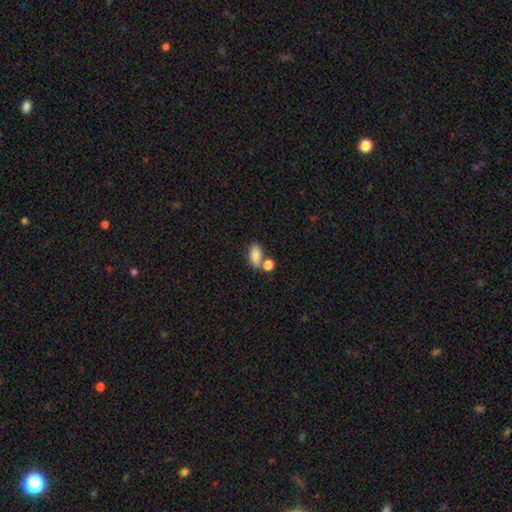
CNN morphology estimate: Smooth or featured? smooth (82%)
How rounded? in between (88%)
Merging? none (48%)